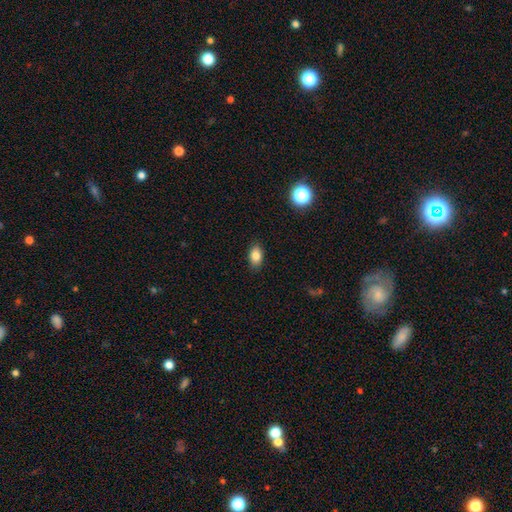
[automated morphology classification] This is clearly a smooth galaxy (83%). How rounded: clearly in between (86%). Merging: clearly none (87%).